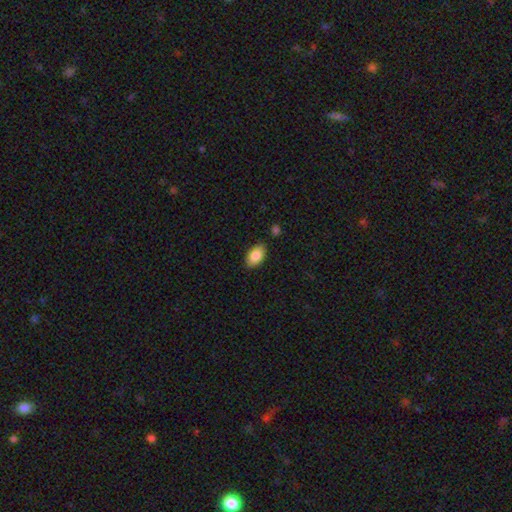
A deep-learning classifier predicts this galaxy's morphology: This appears to be a smooth galaxy with no disk features (86%) that is in between round and cigar-shaped (93%). Merging: none (84%).